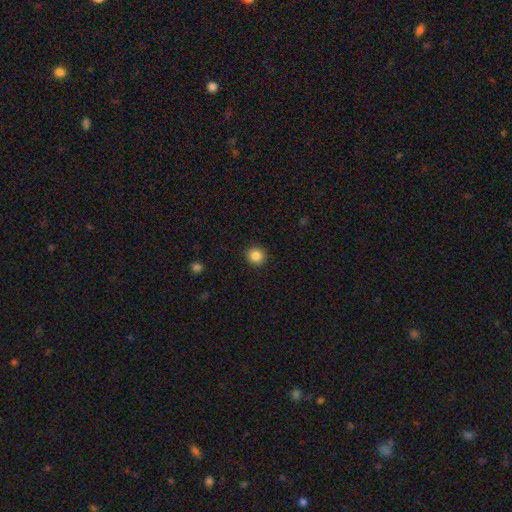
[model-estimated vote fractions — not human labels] A smooth galaxy with no disk features (85%) that is round (92%).

Vote fractions:
- Smooth or featured? smooth: 85% / star or artifact: 10% / featured or disk: 4%
- How rounded? round: 92% / in between: 7% / cigar-shaped: 1%
- Merging? none: 92% / minor disturbance: 5% / major disturbance: 2% / merger: 1%